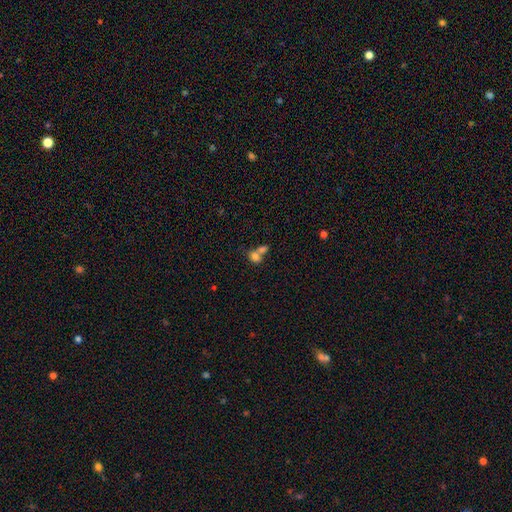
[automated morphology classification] This appears to be a smooth galaxy with no disk features (74%) that is in between round and cigar-shaped (65%). Merging: merger (65%).